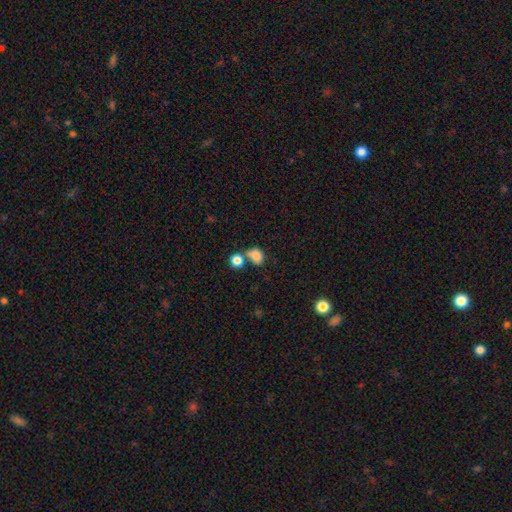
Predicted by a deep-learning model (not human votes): Smooth or featured: smooth — 81% (star or artifact — 11%)
How rounded: in between — 52% (round — 47%)
Merging: none — 40% (merger — 39%)